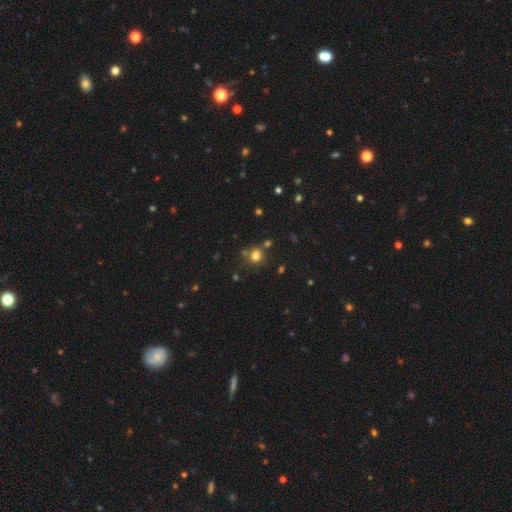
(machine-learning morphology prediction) Q: Smooth or featured?
A: smooth (76%); runner-up: star or artifact (17%)
Q: How rounded?
A: round (84%); runner-up: in between (15%)
Q: Merging?
A: none (70%); runner-up: merger (13%)